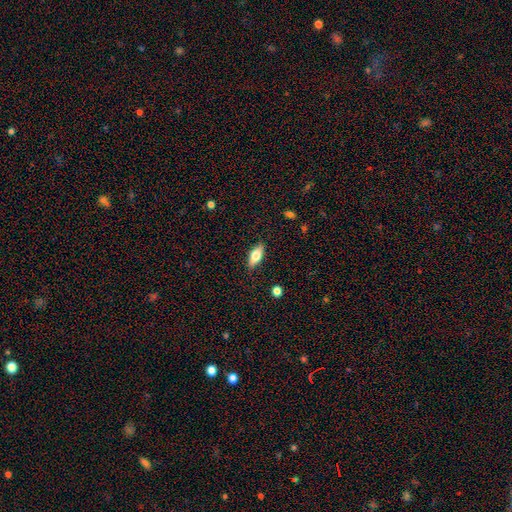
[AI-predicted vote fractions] Overall: smooth (67%). How rounded: in between (76%). Merging: none (85%).